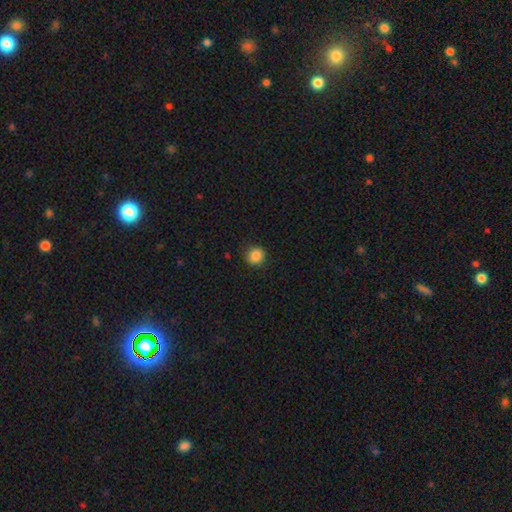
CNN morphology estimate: smooth-or-featured: smooth: 86% | star or artifact: 10% | featured or disk: 4%
  how-rounded: round: 88% | in between: 11% | cigar-shaped: 1%
  merging: none: 84% | minor disturbance: 12% | major disturbance: 3% | merger: 1%